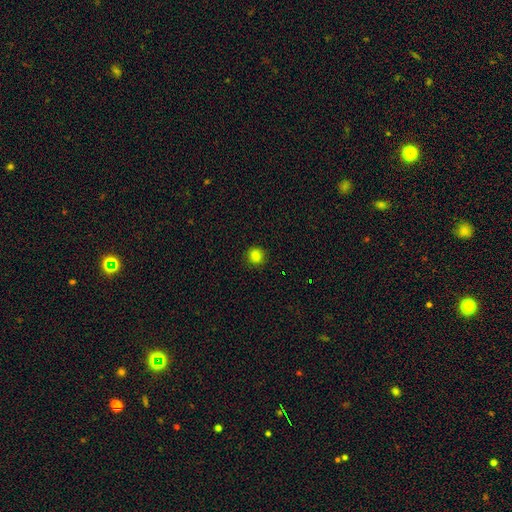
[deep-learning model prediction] This is clearly a smooth galaxy (83%). How rounded: clearly round (89%). Merging: clearly none (90%).